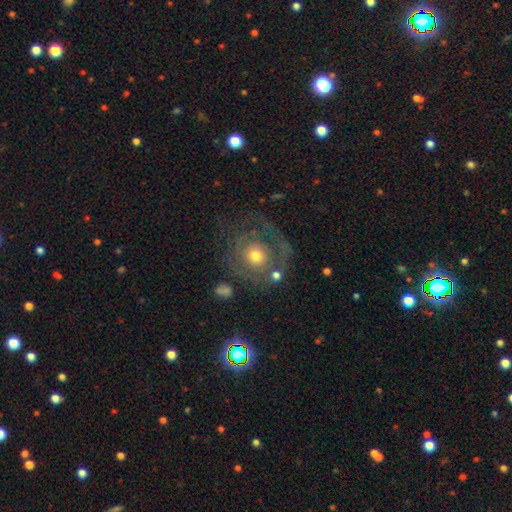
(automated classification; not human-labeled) Smooth or featured: featured or disk — 59% (smooth — 32%)
Edge-on disk: no — 96% (yes — 4%)
Bar: no — 87% (weak — 10%)
Spiral arms: yes — 57% (no — 43%)
Bulge size: moderate — 59% (small — 29%)
Merging: none — 52% (major disturbance — 26%)